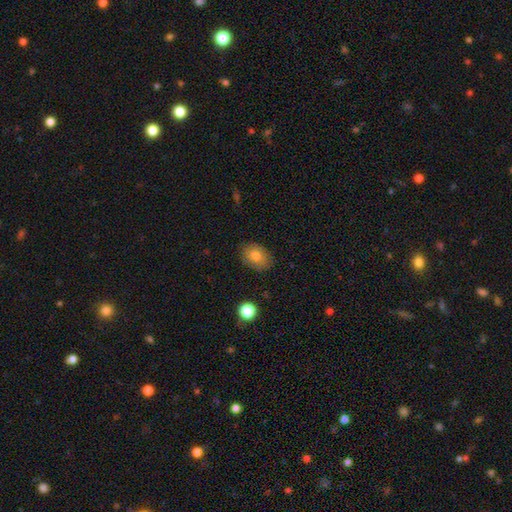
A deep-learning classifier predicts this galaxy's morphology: Q: Smooth or featured?
A: smooth (78%); runner-up: featured or disk (12%)
Q: How rounded?
A: in between (72%); runner-up: round (27%)
Q: Merging?
A: none (82%); runner-up: minor disturbance (13%)